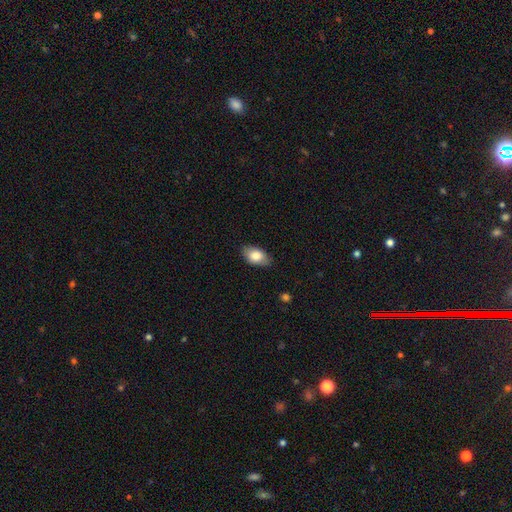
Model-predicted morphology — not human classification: type=smooth (81%); roundness=in between (91%); merging=none (81%).